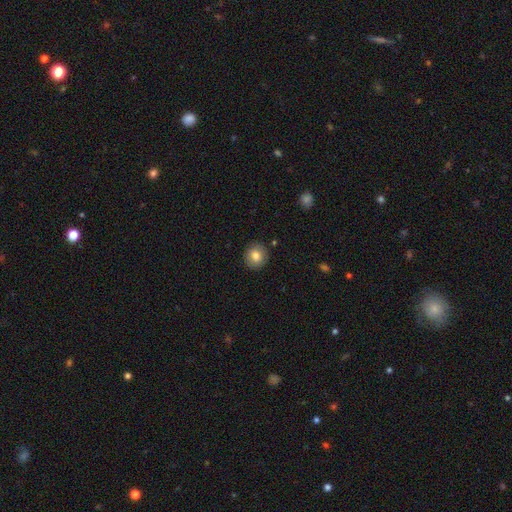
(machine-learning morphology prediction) Smooth or featured? Predicted: smooth (p=0.81). How rounded? Predicted: round (p=0.90). Merging? Predicted: none (p=0.90).